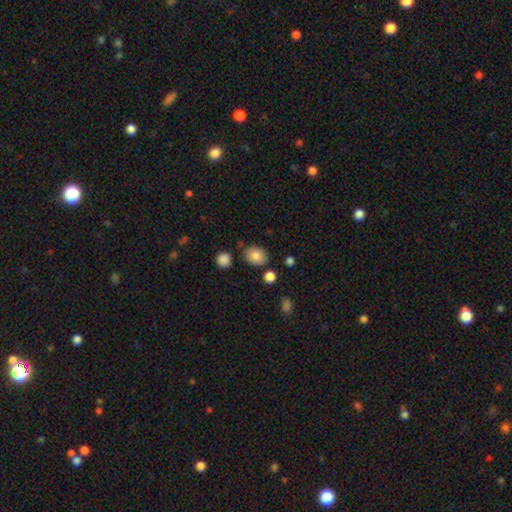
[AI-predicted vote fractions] Smooth or featured? Predicted: smooth (p=0.83). How rounded? Predicted: in between (p=0.51). Merging? Predicted: none (p=0.79).